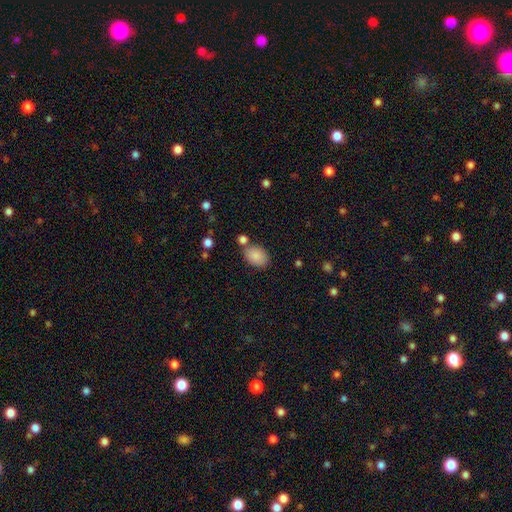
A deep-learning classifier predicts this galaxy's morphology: Q: Smooth or featured?
A: smooth (87%); runner-up: star or artifact (8%)
Q: How rounded?
A: in between (84%); runner-up: round (15%)
Q: Merging?
A: none (71%); runner-up: minor disturbance (14%)